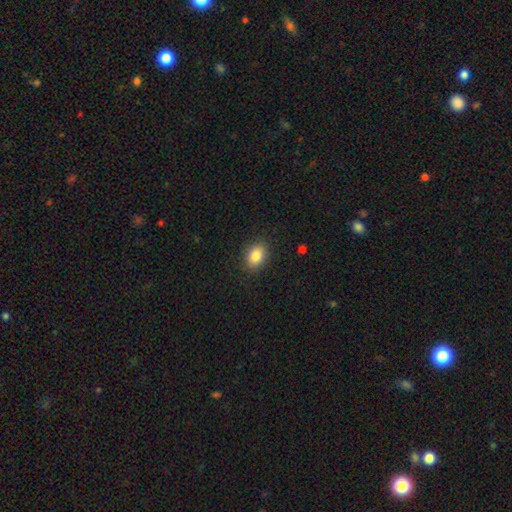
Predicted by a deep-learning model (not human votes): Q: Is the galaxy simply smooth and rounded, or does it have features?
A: smooth — 85%.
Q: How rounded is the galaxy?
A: in between — 71%.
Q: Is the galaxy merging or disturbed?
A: none — 88%.